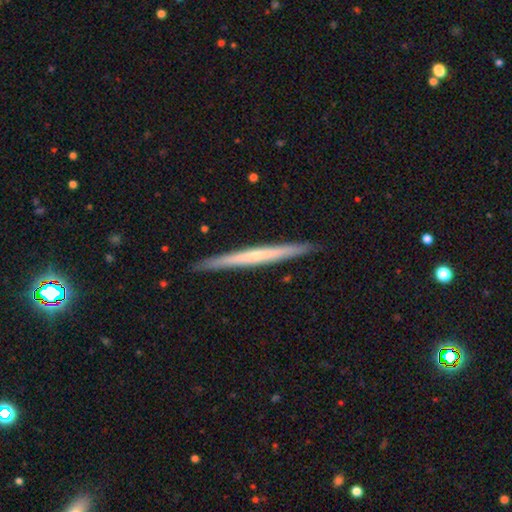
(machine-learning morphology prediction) This appears to be a featured or disk galaxy (55%) viewed edge-on (97%) with no central bulge (76%). Merging: none (92%).